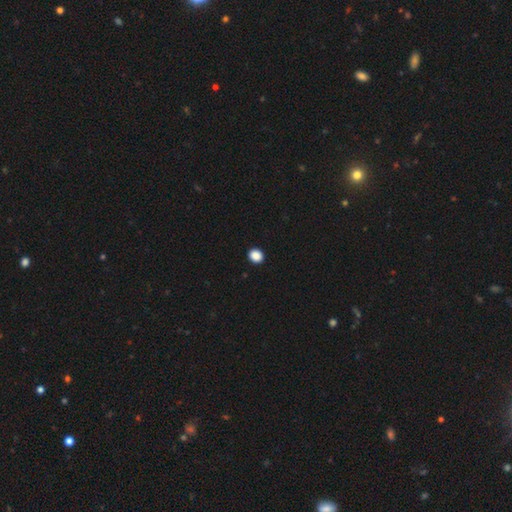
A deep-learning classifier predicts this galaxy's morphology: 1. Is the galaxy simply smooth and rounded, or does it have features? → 89% smooth, 9% star or artifact, 2% featured or disk.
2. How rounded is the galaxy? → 72% round, 27% in between, 1% cigar-shaped.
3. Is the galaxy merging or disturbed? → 93% none, 4% minor disturbance, 1% major disturbance, 1% merger.